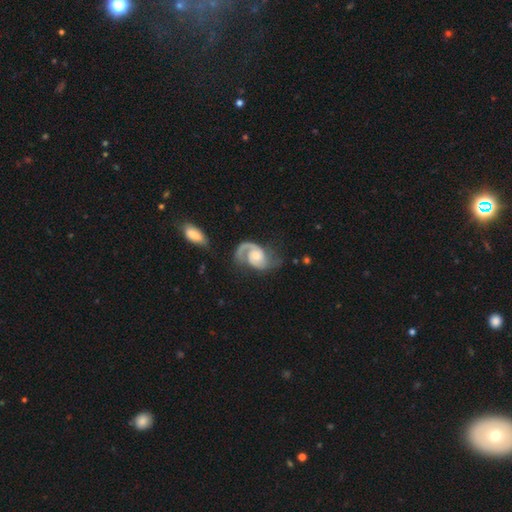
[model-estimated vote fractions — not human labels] Smooth or featured? featured or disk (88%)
Edge-on disk? no (98%)
Bar? no (65%)
Spiral arms? yes (97%)
Spiral winding? medium (50%)
Spiral arm count? 2 (67%)
Bulge size? moderate (49%)
Merging? none (57%)